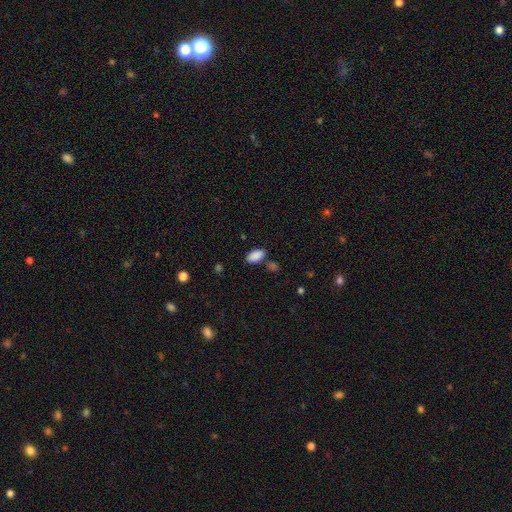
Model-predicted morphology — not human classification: smooth-or-featured: smooth: 89% | star or artifact: 8% | featured or disk: 4%
  how-rounded: in between: 94% | cigar-shaped: 3% | round: 3%
  merging: none: 75% | minor disturbance: 12% | merger: 9% | major disturbance: 3%